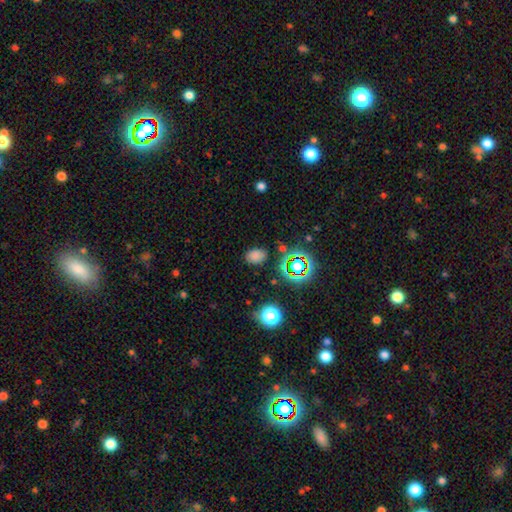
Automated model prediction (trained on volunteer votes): smooth 73%, star or artifact 21%, featured or disk 6%. Down the decision tree: how rounded — in between (75%); merging — none (82%).